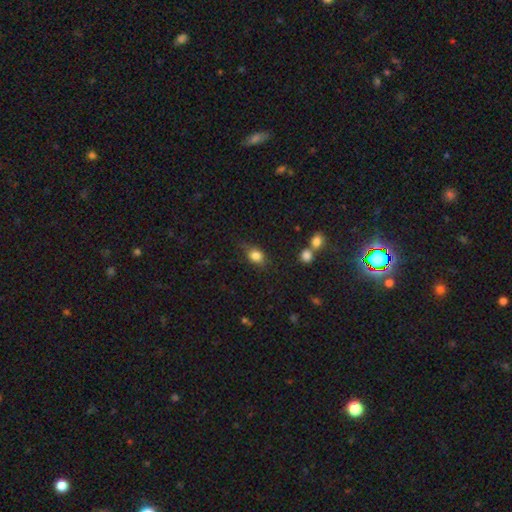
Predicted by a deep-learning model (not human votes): smooth-or-featured: smooth: 83% | star or artifact: 10% | featured or disk: 7%
  how-rounded: in between: 53% | round: 45% | cigar-shaped: 2%
  merging: none: 68% | minor disturbance: 22% | major disturbance: 6% | merger: 4%